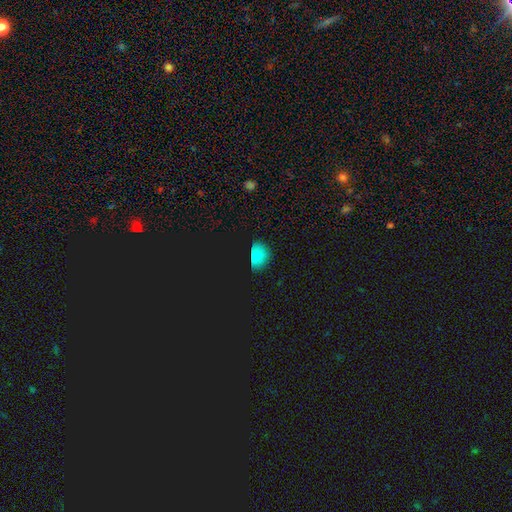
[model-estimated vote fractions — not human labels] smooth_or_featured: smooth (p=0.58) [alt: star or artifact p=0.36]
how_rounded: in between (p=0.69) [alt: round p=0.29]
merging: none (p=0.80) [alt: minor disturbance p=0.14]